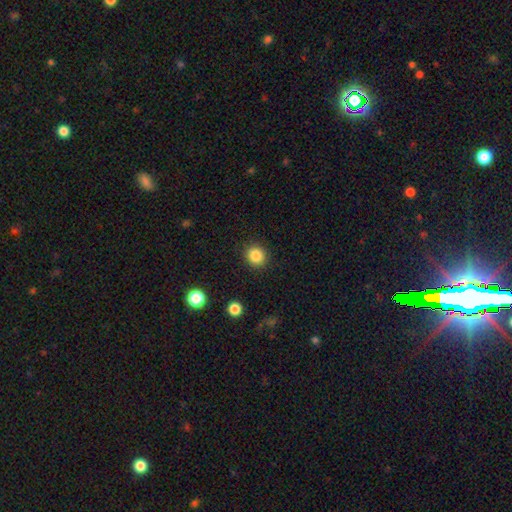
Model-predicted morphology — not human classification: Q: Smooth or featured?
A: smooth (85%); runner-up: star or artifact (10%)
Q: How rounded?
A: round (85%); runner-up: in between (14%)
Q: Merging?
A: none (90%); runner-up: minor disturbance (6%)